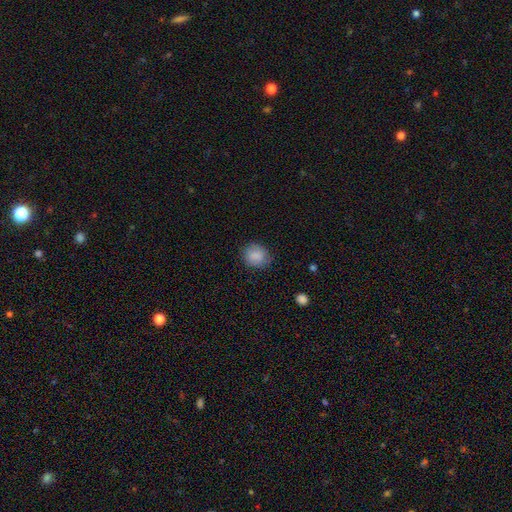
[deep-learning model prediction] Morphology: type=smooth (86%); roundness=round (79%); merging=none (79%).